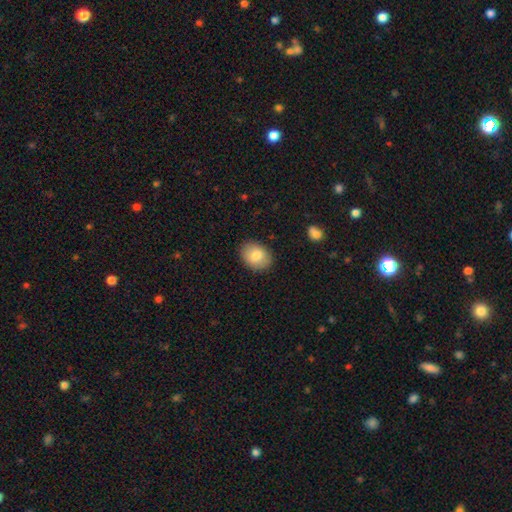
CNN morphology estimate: This appears to be a smooth galaxy with no disk features (83%) that is in between round and cigar-shaped (72%). Merging: none (86%).